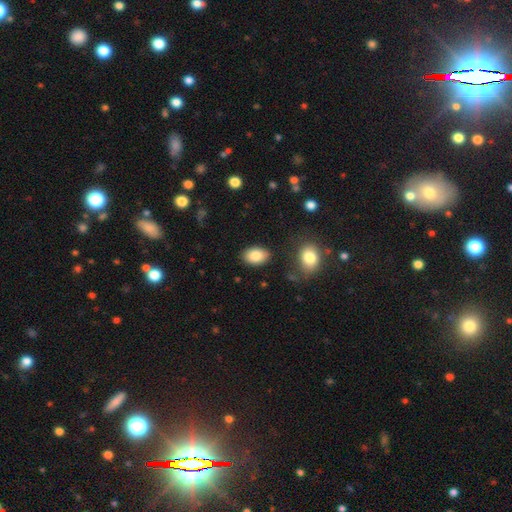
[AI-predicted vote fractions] This is clearly a smooth galaxy (85%). How rounded: clearly in between (86%). Merging: clearly none (85%).